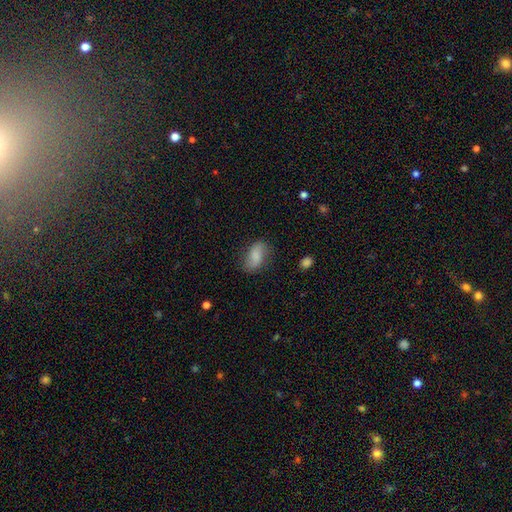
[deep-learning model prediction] Smooth or featured? smooth (71%)
How rounded? in between (90%)
Merging? none (71%)